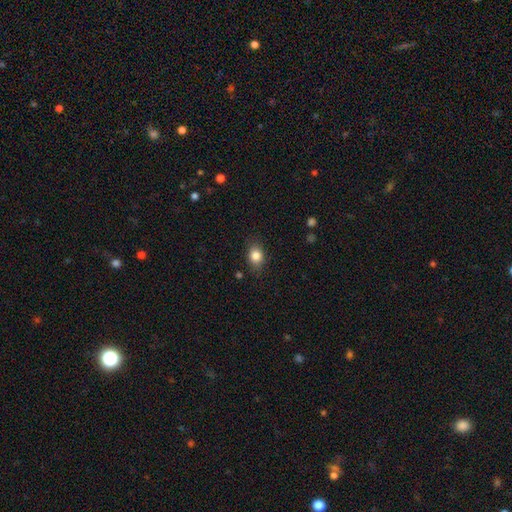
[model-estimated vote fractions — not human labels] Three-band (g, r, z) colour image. It shows a smooth galaxy with no disk features (83%) that is in between round and cigar-shaped (58%). Merging: none (81%).